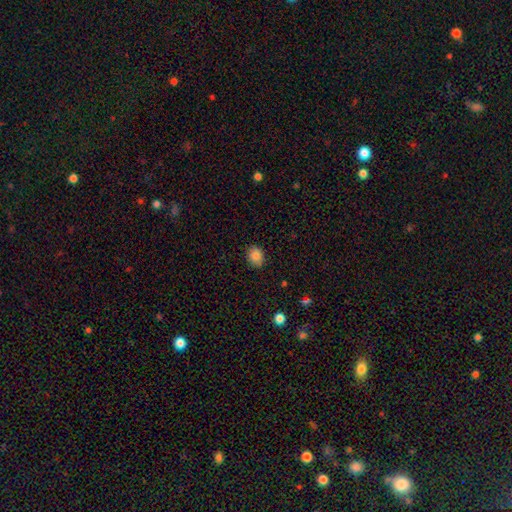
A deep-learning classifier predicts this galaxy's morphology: type=smooth (85%); roundness=in between (50%); merging=none (86%).